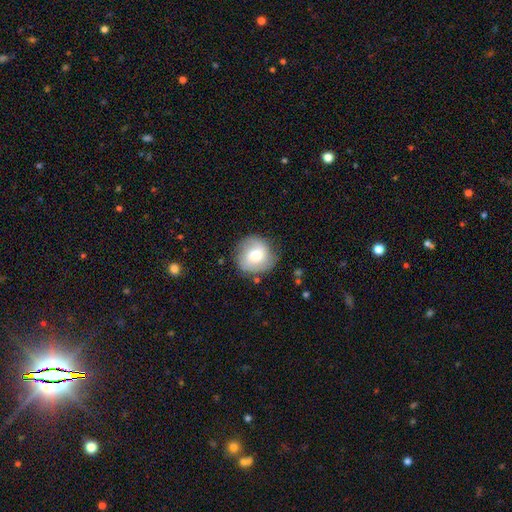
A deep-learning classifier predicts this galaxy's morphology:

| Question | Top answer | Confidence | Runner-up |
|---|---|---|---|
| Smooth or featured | smooth | 52% | featured or disk (40%) |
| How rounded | round | 89% | in between (10%) |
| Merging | none | 80% | minor disturbance (14%) |